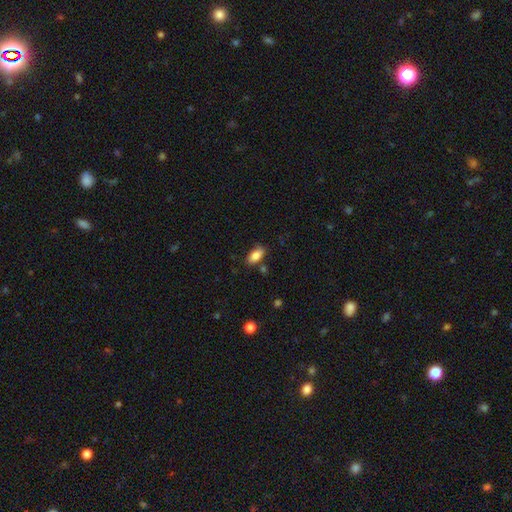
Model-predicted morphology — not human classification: The model was most divided on "merging": none: 77%, minor disturbance: 15%, merger: 5%, major disturbance: 3%. More confident: how rounded — in between (90%); smooth or featured — smooth (85%).